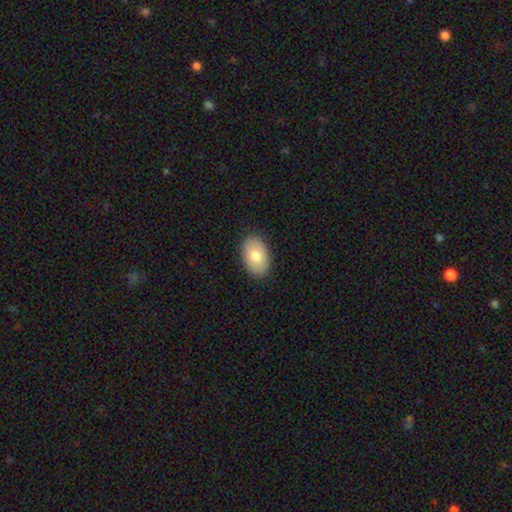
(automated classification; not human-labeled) Morphology: type=smooth (78%); roundness=in between (91%); merging=none (89%).